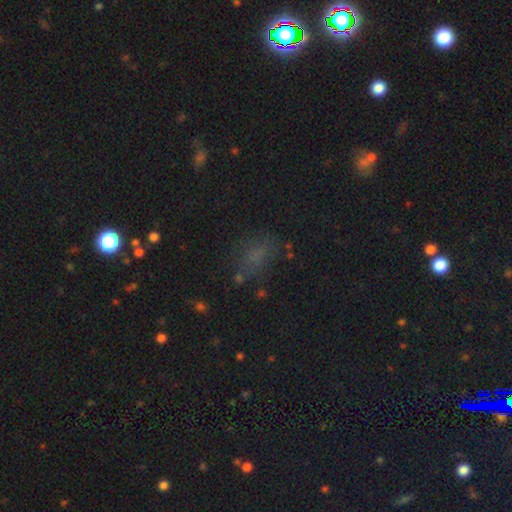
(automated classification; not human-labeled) Q: Smooth or featured?
A: smooth (59%); runner-up: star or artifact (30%)
Q: How rounded?
A: in between (77%); runner-up: round (15%)
Q: Merging?
A: none (62%); runner-up: minor disturbance (19%)